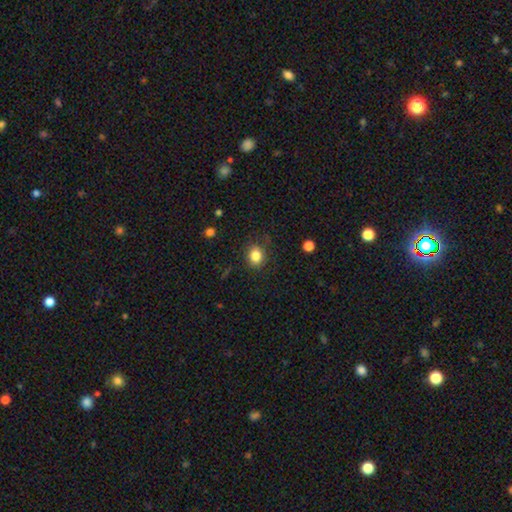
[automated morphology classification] A smooth galaxy with no disk features (83%) that is round (59%). Merging: none (82%).